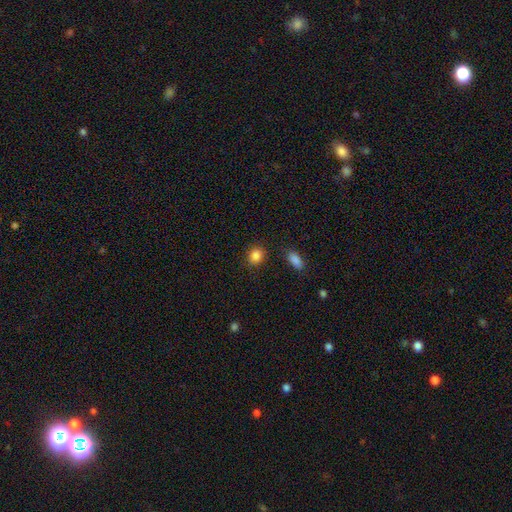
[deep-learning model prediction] A smooth galaxy with no disk features (86%) that is round (66%). Merging: none (86%).